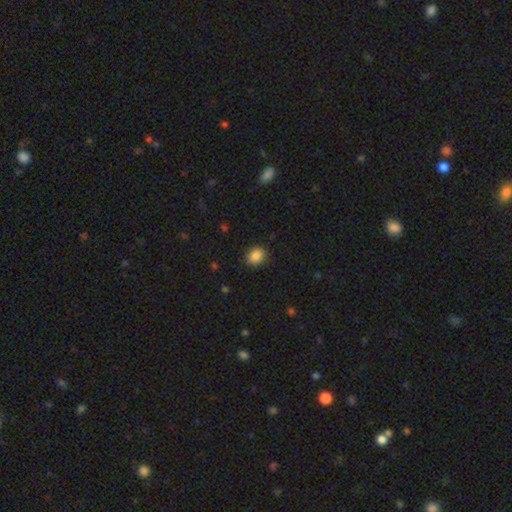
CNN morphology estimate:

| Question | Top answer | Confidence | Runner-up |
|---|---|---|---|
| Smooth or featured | smooth | 87% | star or artifact (9%) |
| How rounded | round | 53% | in between (46%) |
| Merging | none | 88% | minor disturbance (9%) |